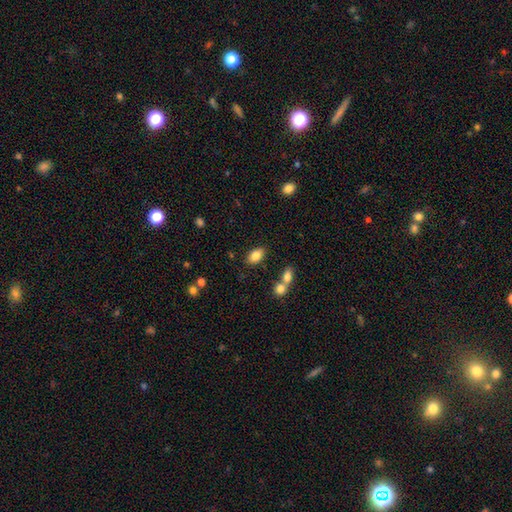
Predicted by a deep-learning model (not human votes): A smooth galaxy with no disk features (83%) that is in between round and cigar-shaped (90%). Merging: none (80%).